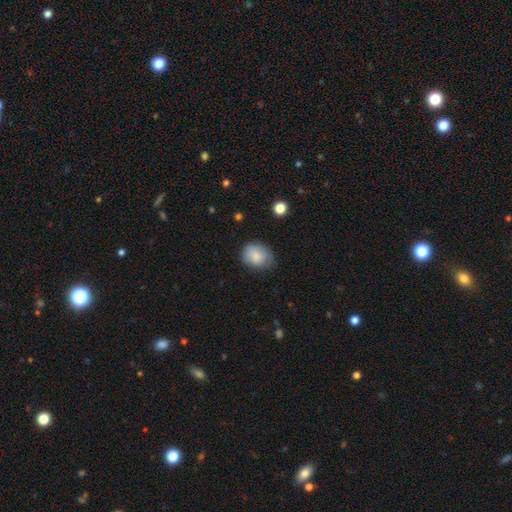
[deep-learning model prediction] Morphology: type=smooth (83%); roundness=in between (56%); merging=none (68%).